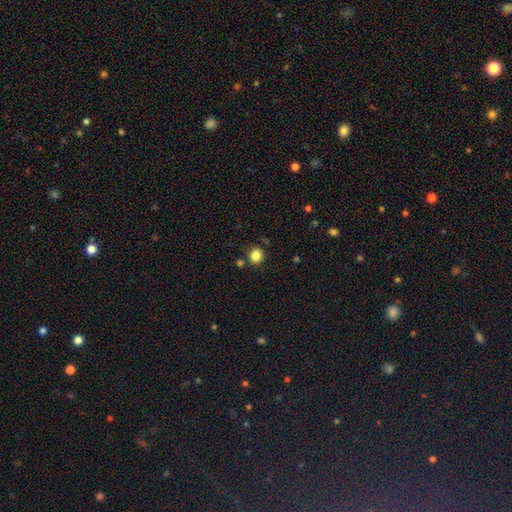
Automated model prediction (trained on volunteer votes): Morphology: type=smooth (84%); roundness=round (87%); merging=none (81%).